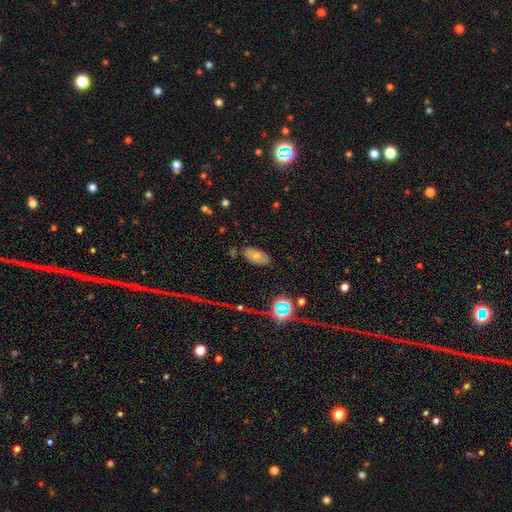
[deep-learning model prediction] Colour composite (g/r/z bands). It shows a smooth galaxy with no disk features (71%) that is in between round and cigar-shaped (93%). Merging: none (79%).